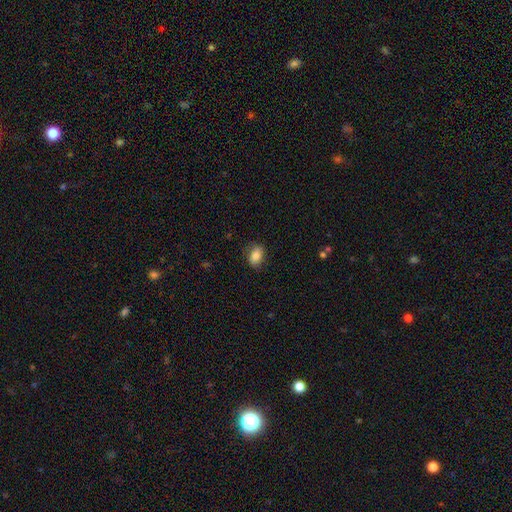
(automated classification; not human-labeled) Smooth or featured? smooth (83%)
How rounded? in between (83%)
Merging? none (79%)